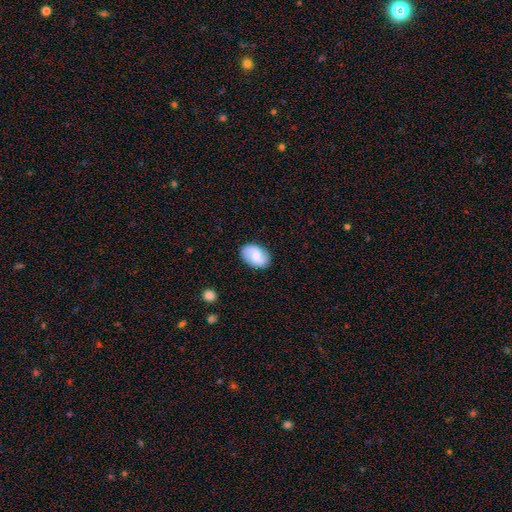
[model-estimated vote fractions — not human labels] This appears to be a smooth galaxy with no disk features (58%) that is in between round and cigar-shaped (86%). Merging: none (84%).